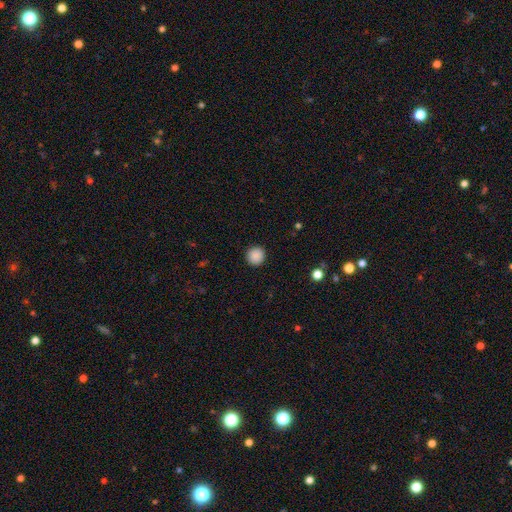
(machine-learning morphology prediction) Overall: smooth (89%). How rounded: round (95%). Merging: none (92%).